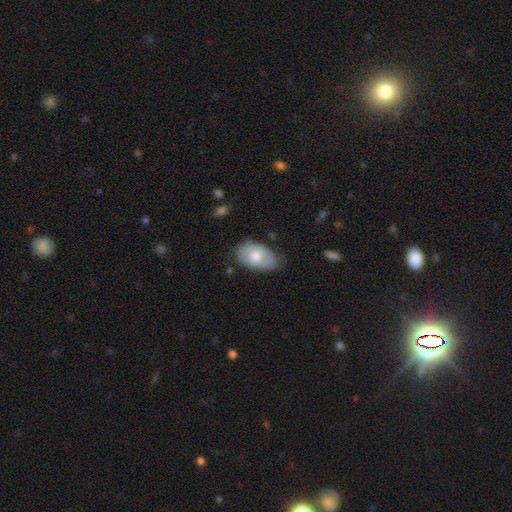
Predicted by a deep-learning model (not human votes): The model was most divided on "smooth or featured": smooth: 64%, featured or disk: 30%, star or artifact: 6%. More confident: how rounded — in between (90%); merging — none (69%).